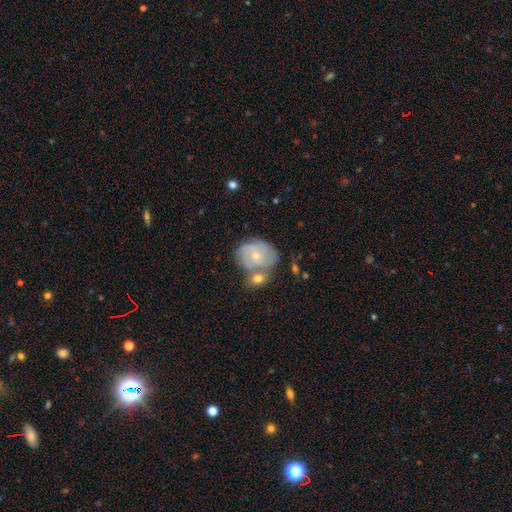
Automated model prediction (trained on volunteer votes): smooth_or_featured: featured or disk (p=0.57) [alt: smooth p=0.37]
disk_edge_on: no (p=0.97) [alt: yes p=0.03]
bar: no (p=0.79) [alt: weak p=0.18]
has_spiral_arms: yes (p=0.76) [alt: no p=0.24]
bulge_size: small (p=0.60) [alt: moderate p=0.36]
merging: none (p=0.41) [alt: merger p=0.33]